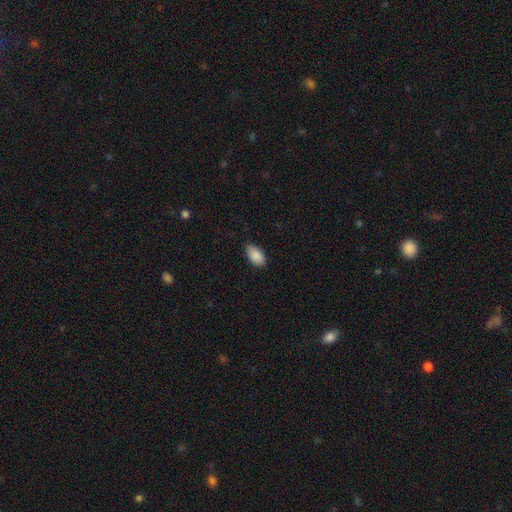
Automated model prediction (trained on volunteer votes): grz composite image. It shows a smooth galaxy with no disk features (89%) that is in between round and cigar-shaped (95%). Merging: none (82%).